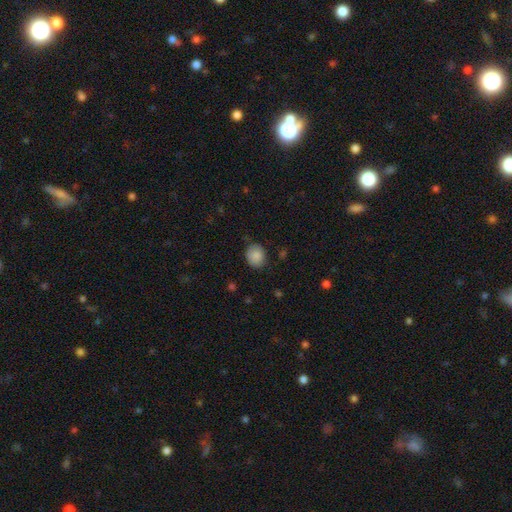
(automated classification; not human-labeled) Q: Smooth or featured?
A: smooth (85%); runner-up: star or artifact (8%)
Q: How rounded?
A: round (61%); runner-up: in between (38%)
Q: Merging?
A: none (75%); runner-up: minor disturbance (20%)